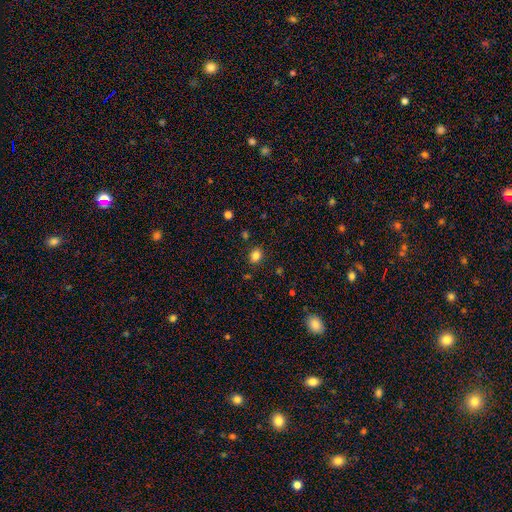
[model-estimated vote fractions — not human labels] Overall: smooth (83%). How rounded: in between (50%; round 49%). Merging: none (85%).